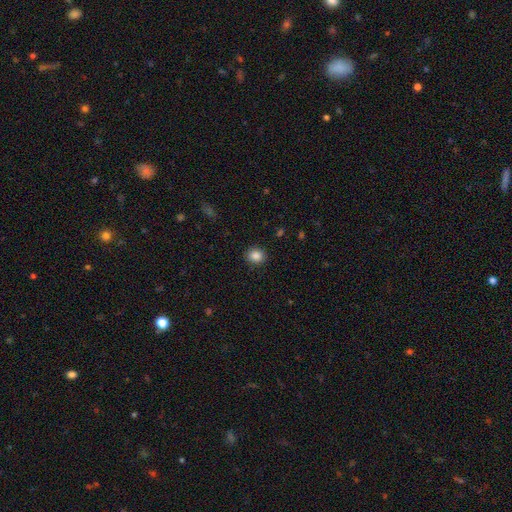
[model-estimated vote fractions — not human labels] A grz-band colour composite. It shows a smooth galaxy with no disk features (86%) that is round (76%). Merging: none (90%).